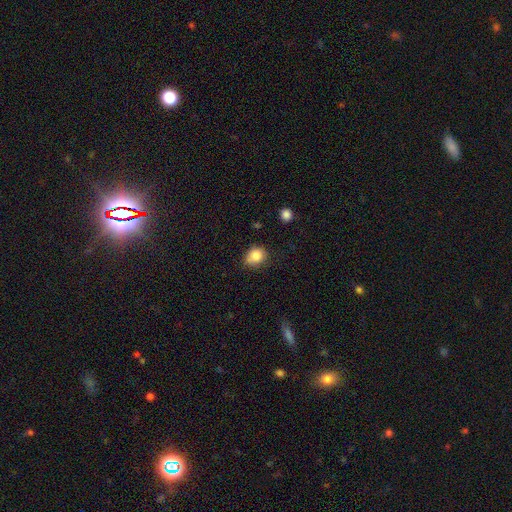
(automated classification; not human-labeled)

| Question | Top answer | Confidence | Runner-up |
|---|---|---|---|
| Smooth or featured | smooth | 84% | star or artifact (10%) |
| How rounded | round | 69% | in between (30%) |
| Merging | none | 66% | minor disturbance (25%) |